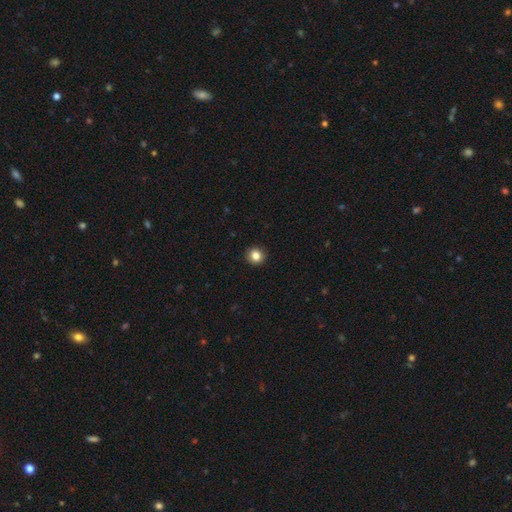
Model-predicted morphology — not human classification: The model was most divided on "smooth or featured": smooth: 84%, star or artifact: 10%, featured or disk: 5%. More confident: merging — none (93%); how rounded — round (91%).